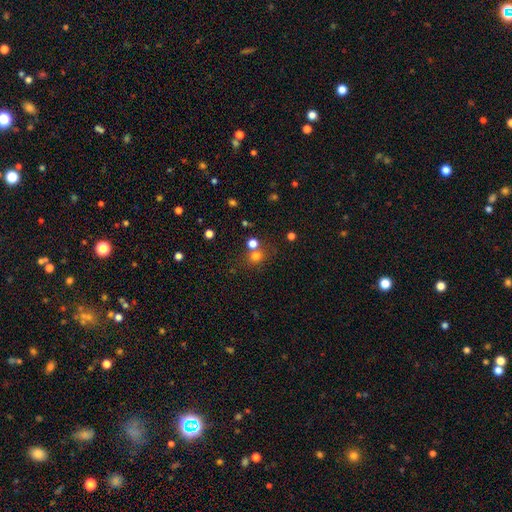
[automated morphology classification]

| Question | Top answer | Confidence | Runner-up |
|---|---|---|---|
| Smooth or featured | smooth | 72% | star or artifact (20%) |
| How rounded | round | 78% | in between (20%) |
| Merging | none | 61% | merger (25%) |